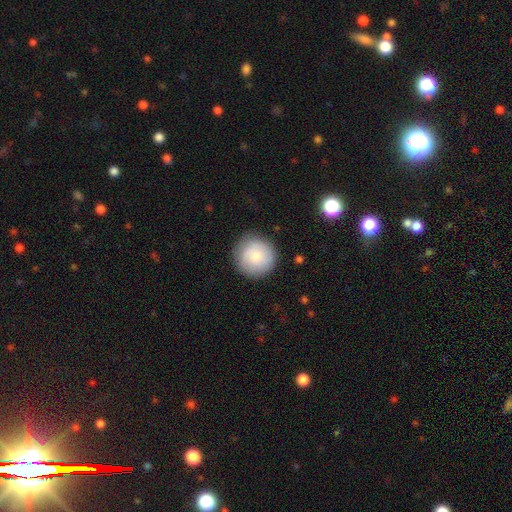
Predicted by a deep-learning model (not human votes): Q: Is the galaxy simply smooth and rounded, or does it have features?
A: smooth — 78%.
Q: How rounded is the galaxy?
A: round — 96%.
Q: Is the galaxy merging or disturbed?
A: none — 84%.